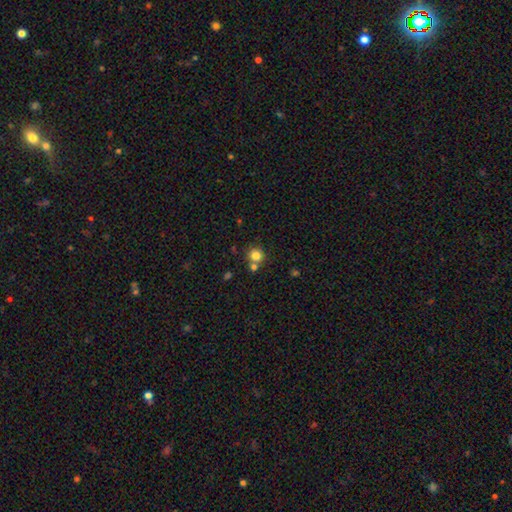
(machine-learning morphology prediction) A smooth galaxy with no disk features (80%) that is round (90%). Merging: none (64%).